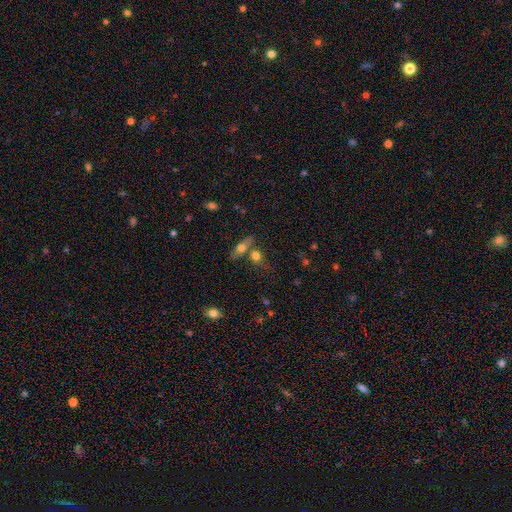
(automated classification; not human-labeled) Smooth or featured? Predicted: smooth (p=0.71). How rounded? Predicted: round (p=0.52). Merging? Predicted: none (p=0.54).